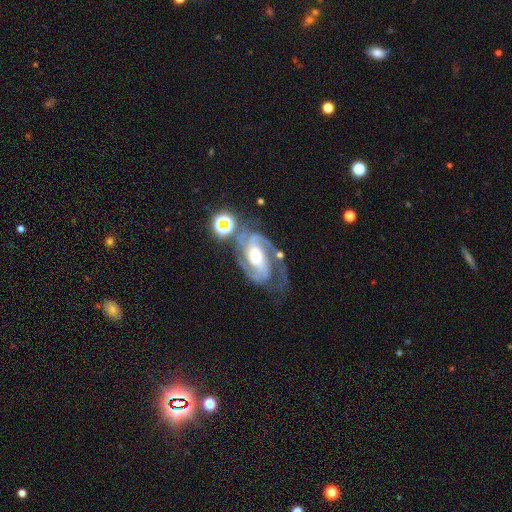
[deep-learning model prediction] A featured or disk galaxy (89%) with a weak bar (38%, tied with no), 2 (48%) medium (46%) spiral arms (98%) and a moderate central bulge (62%).

Vote fractions:
- Smooth or featured? featured or disk: 89% / star or artifact: 6% / smooth: 5%
- Edge-on disk? no: 97% / yes: 3%
- Bar? weak: 38% (tied) / no: 38% (tied) / strong: 23%
- Spiral arms? yes: 98% / no: 2%
- Spiral winding? medium: 46% / tight: 45% / loose: 9%
- Spiral arm count? 2: 48% / 3: 31% / can't tell: 9% / 4: 5% / 1: 4% / more than 4: 3%
- Bulge size? moderate: 62% / small: 21% / large: 14% / none: 2% / dominant: 2%
- Merging? none: 54% / minor disturbance: 21% / major disturbance: 17% / merger: 9%